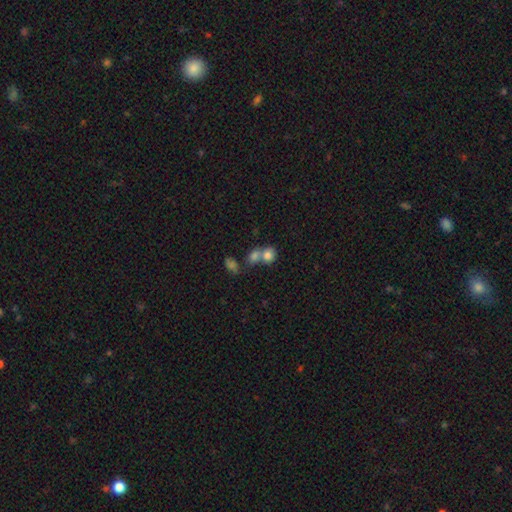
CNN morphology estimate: A smooth galaxy with no disk features (70%) that is round (67%). Merging: merger (52%).